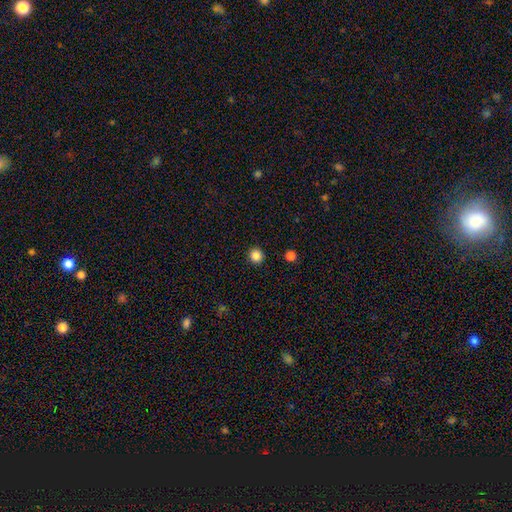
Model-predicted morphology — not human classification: Smooth or featured? Predicted: smooth (p=0.85). How rounded? Predicted: round (p=0.92). Merging? Predicted: none (p=0.93).